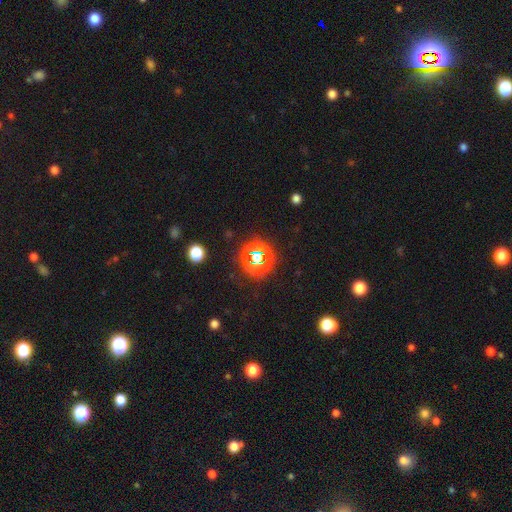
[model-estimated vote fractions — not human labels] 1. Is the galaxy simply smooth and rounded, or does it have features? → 73% star or artifact, 19% smooth, 9% featured or disk.